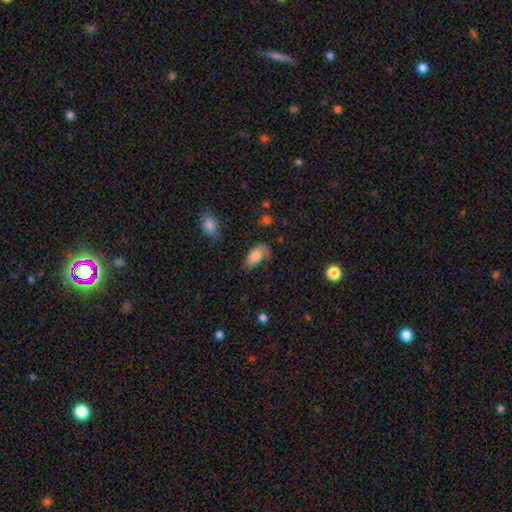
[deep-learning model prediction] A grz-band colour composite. It shows a smooth galaxy with no disk features (80%) that is in between round and cigar-shaped (94%). Merging: none (55%).